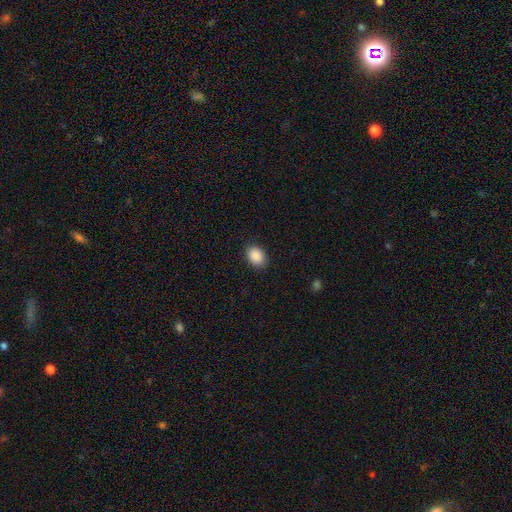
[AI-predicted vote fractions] smooth-or-featured: smooth: 90% | star or artifact: 8% | featured or disk: 3%
  how-rounded: in between: 73% | round: 26% | cigar-shaped: 1%
  merging: none: 88% | minor disturbance: 9% | major disturbance: 2% | merger: 1%